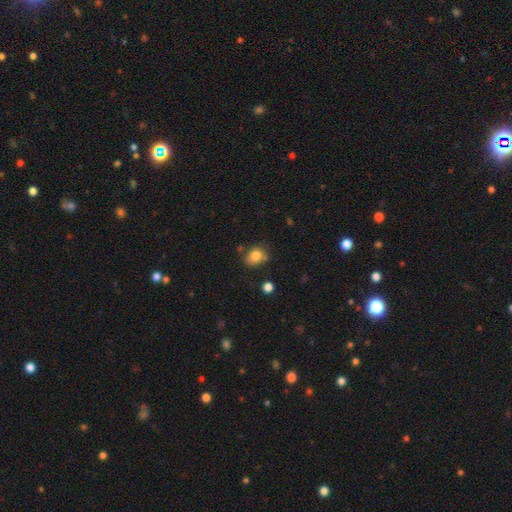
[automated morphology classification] Overall: smooth (81%). How rounded: round (50%; in between 49%). Merging: none (70%).